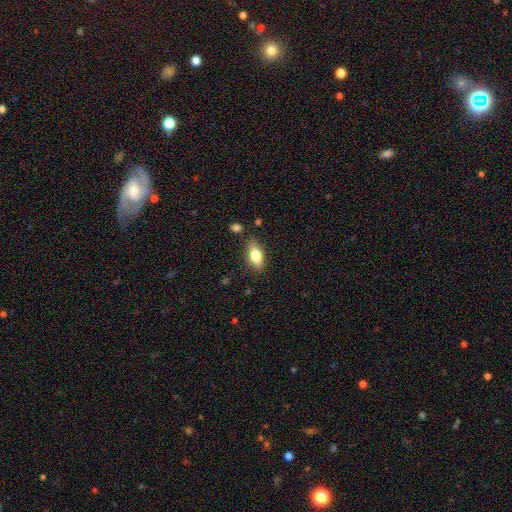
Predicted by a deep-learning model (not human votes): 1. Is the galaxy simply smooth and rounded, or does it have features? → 79% smooth, 13% featured or disk, 7% star or artifact.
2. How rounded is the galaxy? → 87% in between, 8% cigar-shaped, 5% round.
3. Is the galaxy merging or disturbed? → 78% none, 15% minor disturbance, 3% major disturbance, 3% merger.